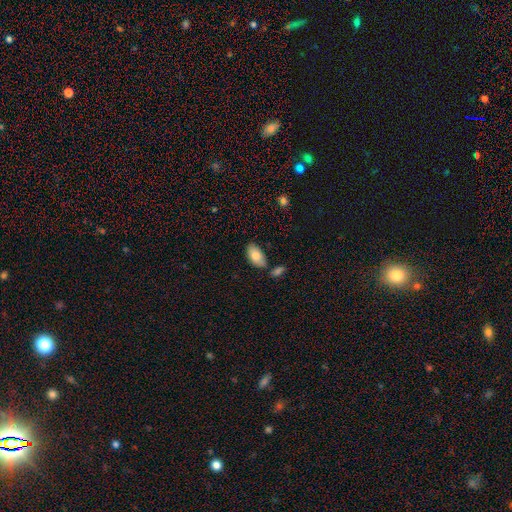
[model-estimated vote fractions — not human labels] smooth 82%, featured or disk 12%, star or artifact 6%. Down the decision tree: how rounded — in between (95%); merging — none (72%).